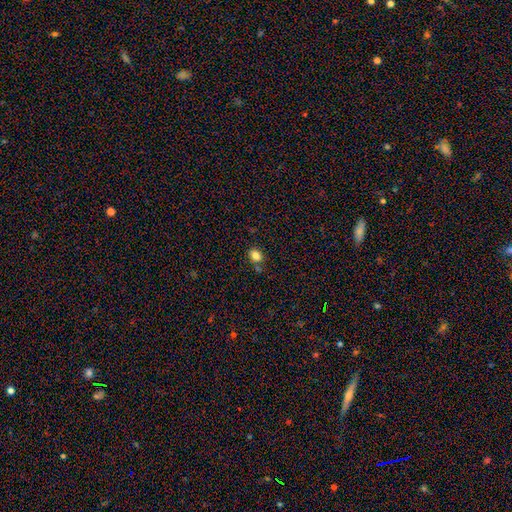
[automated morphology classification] Smooth or featured? Predicted: smooth (p=0.83). How rounded? Predicted: in between (p=0.57). Merging? Predicted: none (p=0.69).